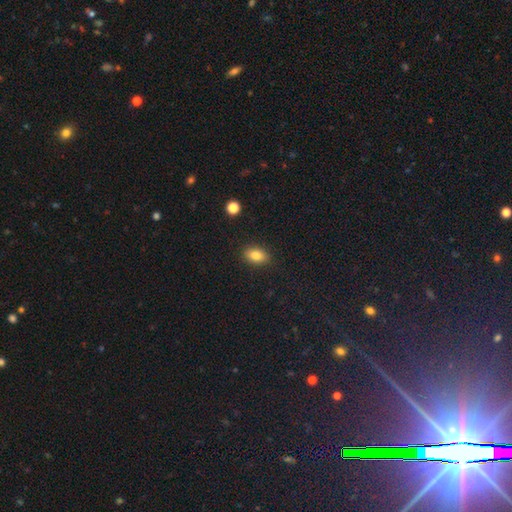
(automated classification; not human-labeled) Smooth or featured? Predicted: smooth (p=0.83). How rounded? Predicted: in between (p=0.85). Merging? Predicted: none (p=0.88).